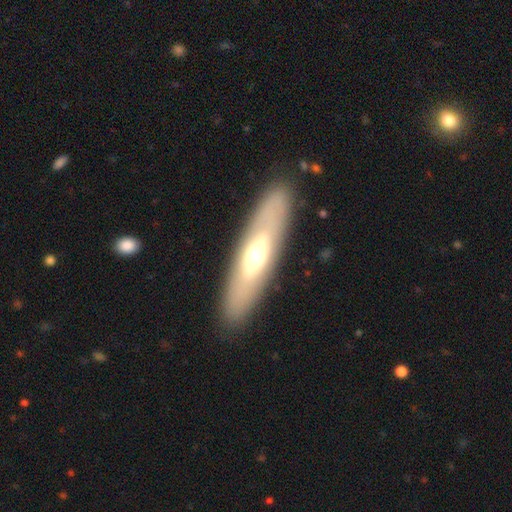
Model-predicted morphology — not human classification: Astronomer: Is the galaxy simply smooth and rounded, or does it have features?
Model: featured or disk — 50% (runner-up: smooth, 44%).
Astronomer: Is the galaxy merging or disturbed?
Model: none — 87%.